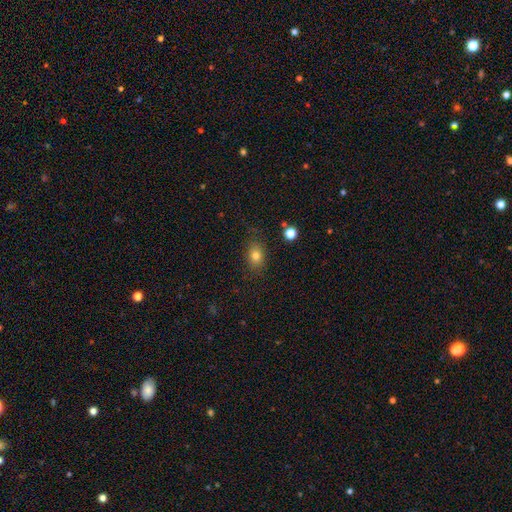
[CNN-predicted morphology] Smooth or featured?
  - smooth: 78% *
  - star or artifact: 12%
  - featured or disk: 10%
How rounded?
  - in between: 67% *
  - round: 31%
  - cigar-shaped: 2%
Merging?
  - none: 79% *
  - minor disturbance: 15%
  - major disturbance: 4%
  - merger: 2%